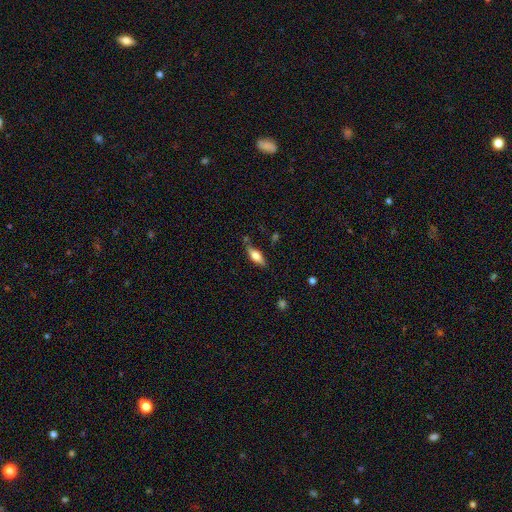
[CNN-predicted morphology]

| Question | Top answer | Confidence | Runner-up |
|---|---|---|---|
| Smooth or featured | smooth | 66% | featured or disk (27%) |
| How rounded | in between | 67% | cigar-shaped (30%) |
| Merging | none | 73% | minor disturbance (18%) |